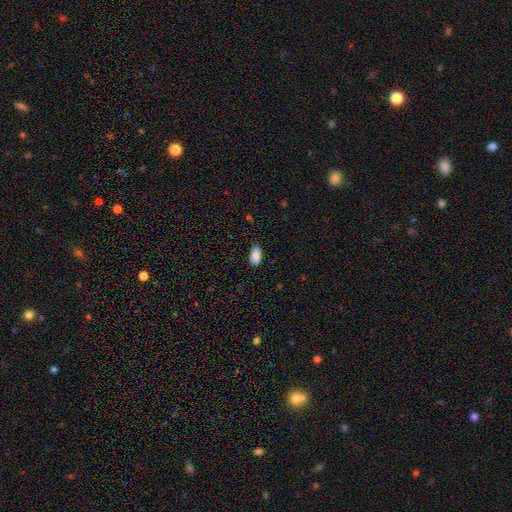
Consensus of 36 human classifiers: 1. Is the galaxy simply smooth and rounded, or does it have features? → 92% smooth, 6% star or artifact, 3% featured or disk.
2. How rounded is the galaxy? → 97% in between, 3% round, 0% cigar-shaped.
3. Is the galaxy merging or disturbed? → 79% none, 9% minor disturbance, 6% major disturbance, 6% merger.